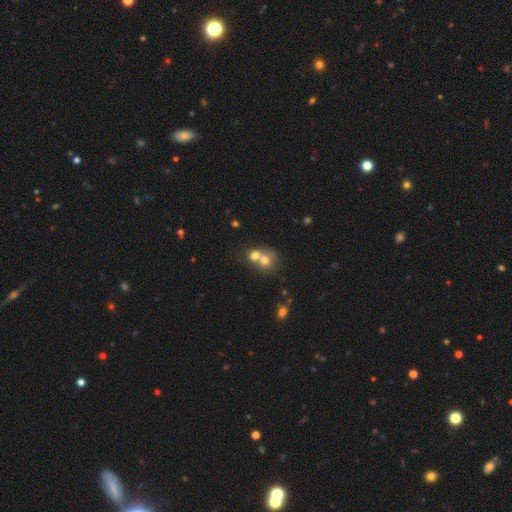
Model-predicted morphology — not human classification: smooth 70%, featured or disk 18%, star or artifact 12%. Down the decision tree: how rounded — round (74%); merging — merger (64%).